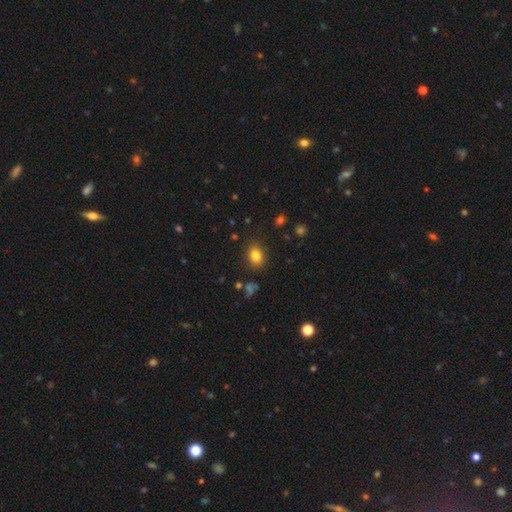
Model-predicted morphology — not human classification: Smooth or featured?
  - smooth: 82% *
  - star or artifact: 11%
  - featured or disk: 7%
How rounded?
  - in between: 54% *
  - round: 45%
  - cigar-shaped: 1%
Merging?
  - none: 85% *
  - minor disturbance: 10%
  - major disturbance: 3%
  - merger: 2%